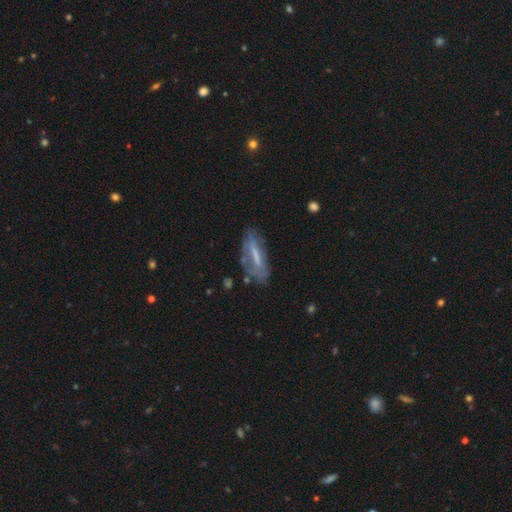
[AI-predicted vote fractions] Q: Smooth or featured?
A: featured or disk (54%); runner-up: smooth (38%)
Q: Edge-on disk?
A: no (73%); runner-up: yes (27%)
Q: Merging?
A: none (58%); runner-up: minor disturbance (24%)